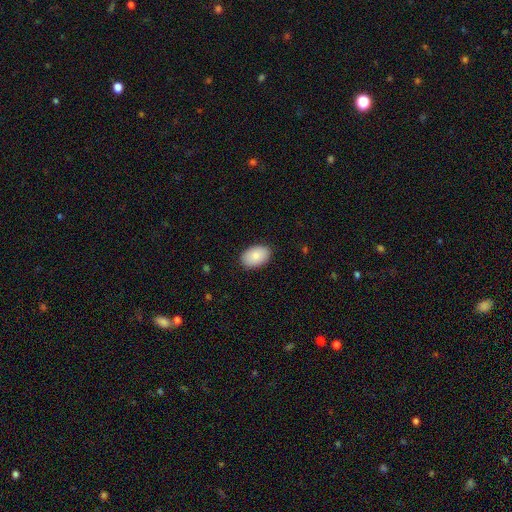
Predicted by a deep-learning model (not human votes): smooth 86%, featured or disk 8%, star or artifact 6%. Down the decision tree: how rounded — in between (91%); merging — none (88%).